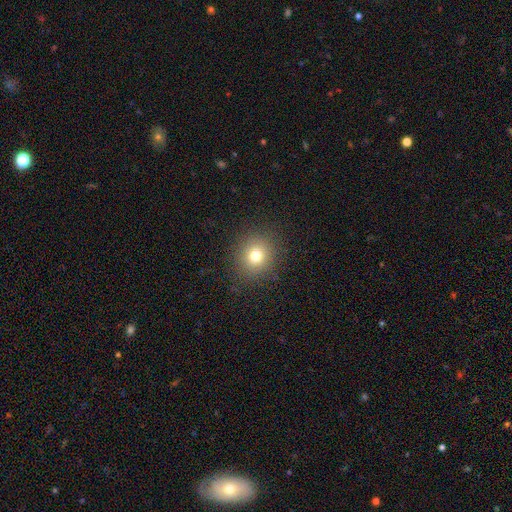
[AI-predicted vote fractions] smooth 75%, star or artifact 16%, featured or disk 9%. Down the decision tree: how rounded — round (84%); merging — none (89%).